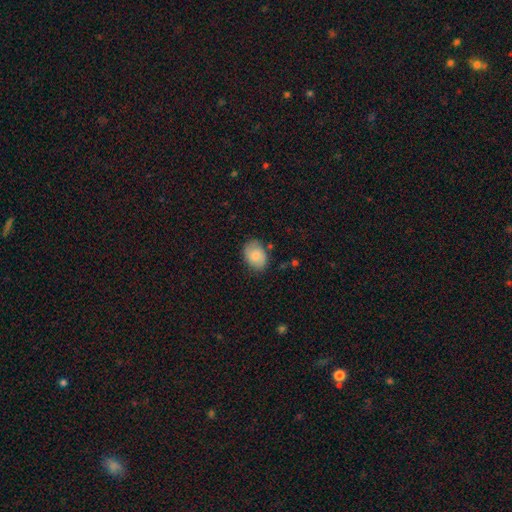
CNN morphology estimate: Smooth or featured? Predicted: smooth (p=0.75). How rounded? Predicted: in between (p=0.75). Merging? Predicted: none (p=0.77).